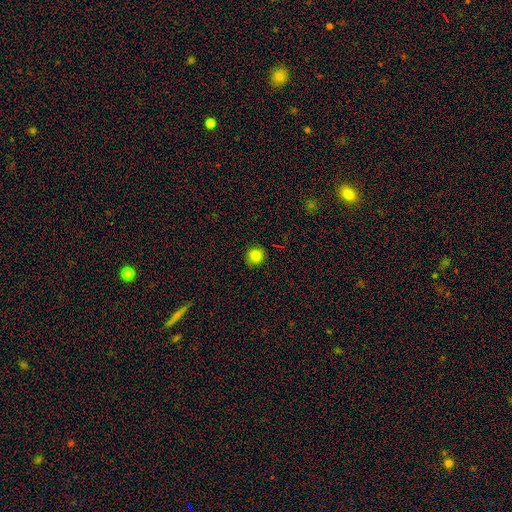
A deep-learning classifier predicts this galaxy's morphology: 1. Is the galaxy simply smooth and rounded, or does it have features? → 83% smooth, 12% star or artifact, 5% featured or disk.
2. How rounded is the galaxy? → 89% round, 10% in between, 1% cigar-shaped.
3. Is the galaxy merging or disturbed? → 87% none, 10% minor disturbance, 2% major disturbance, 1% merger.